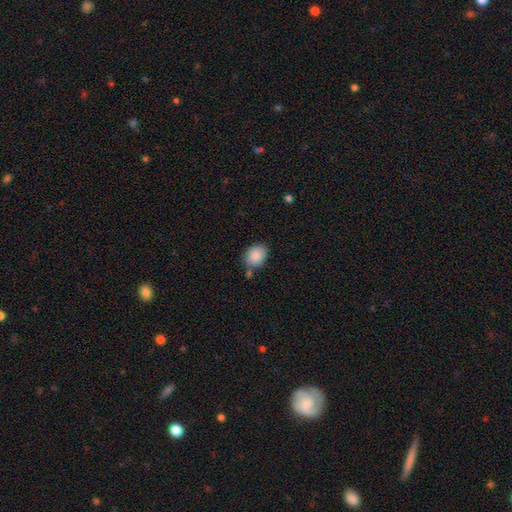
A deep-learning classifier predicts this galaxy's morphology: Smooth or featured: smooth — 88% (star or artifact — 7%)
How rounded: in between — 60% (round — 39%)
Merging: none — 70% (minor disturbance — 17%)